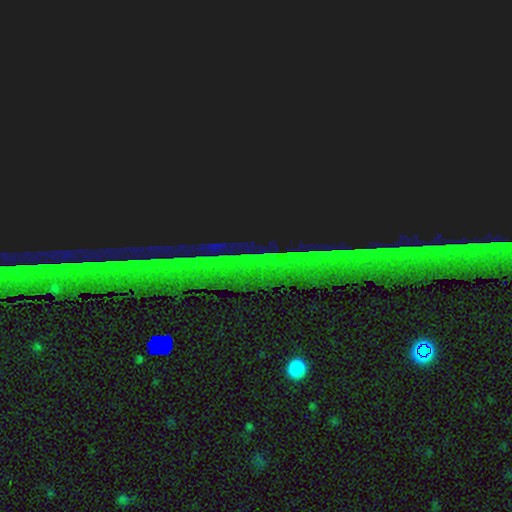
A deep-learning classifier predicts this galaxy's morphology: Smooth or featured?
  - star or artifact: 84% *
  - smooth: 8%
  - featured or disk: 8%